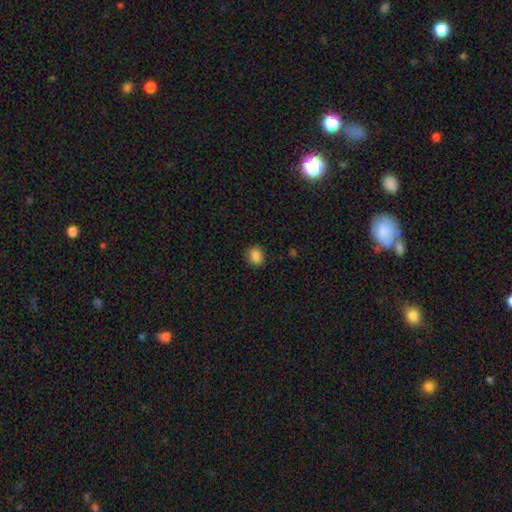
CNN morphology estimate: Overall: smooth (85%). How rounded: round (72%). Merging: none (89%).